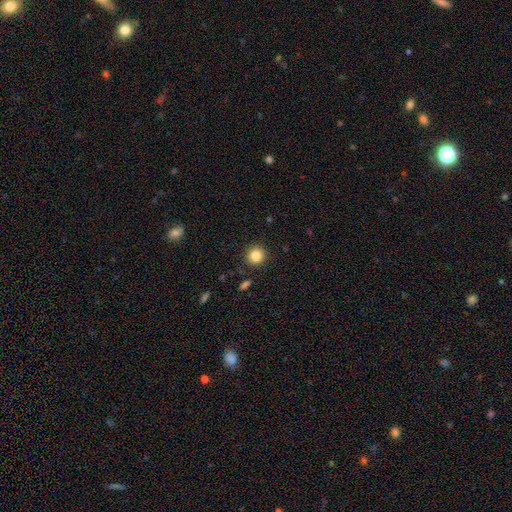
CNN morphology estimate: smooth_or_featured: smooth (p=0.85) [alt: star or artifact p=0.10]
how_rounded: round (p=0.93) [alt: in between p=0.06]
merging: none (p=0.91) [alt: minor disturbance p=0.05]